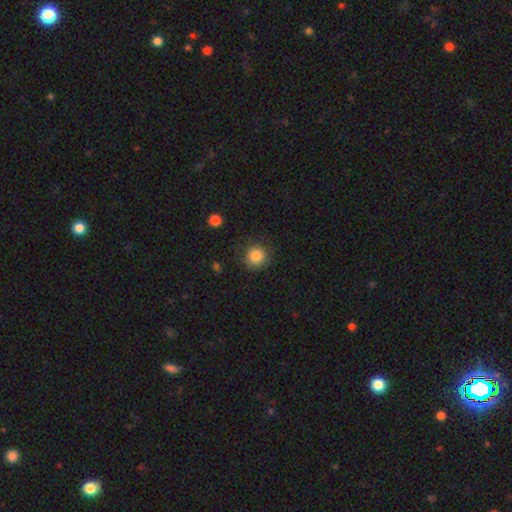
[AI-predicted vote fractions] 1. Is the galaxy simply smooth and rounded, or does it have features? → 85% smooth, 10% star or artifact, 5% featured or disk.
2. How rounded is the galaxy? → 93% round, 6% in between, 1% cigar-shaped.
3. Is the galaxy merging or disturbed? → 86% none, 9% minor disturbance, 3% major disturbance, 1% merger.